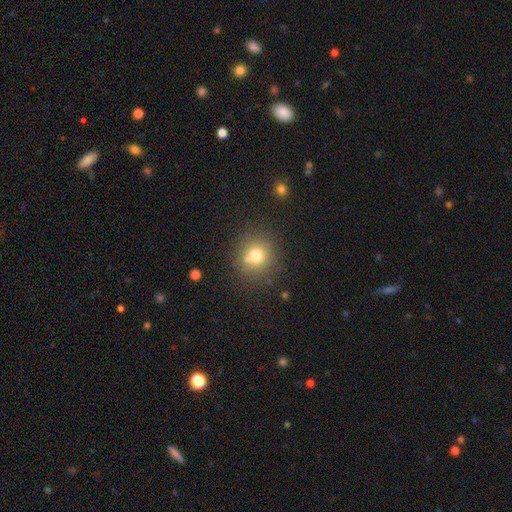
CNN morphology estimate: smooth_or_featured: smooth (p=0.73) [alt: star or artifact p=0.15]
how_rounded: round (p=0.90) [alt: in between p=0.09]
merging: none (p=0.74) [alt: merger p=0.12]